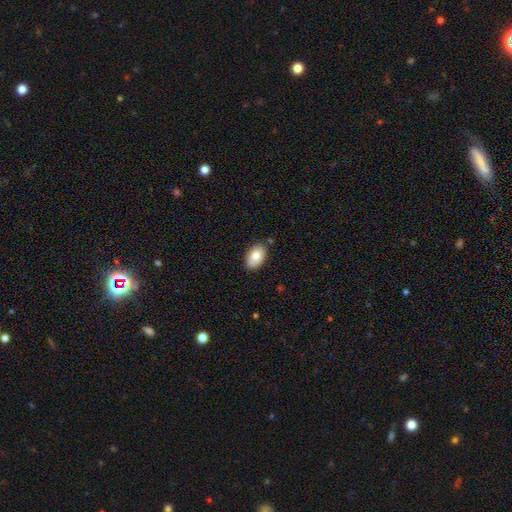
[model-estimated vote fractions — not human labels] Smooth or featured: smooth — 77% (featured or disk — 16%)
How rounded: in between — 90% (round — 9%)
Merging: none — 85% (minor disturbance — 11%)